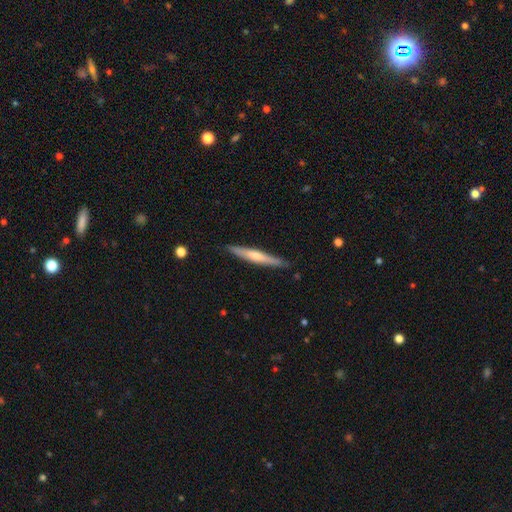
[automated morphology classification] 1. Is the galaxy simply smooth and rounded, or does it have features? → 57% featured or disk, 37% smooth, 6% star or artifact.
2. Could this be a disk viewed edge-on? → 96% yes, 4% no.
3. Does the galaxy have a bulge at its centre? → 68% rounded, 24% none, 8% boxy.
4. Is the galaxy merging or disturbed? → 89% none, 8% minor disturbance, 1% major disturbance, 1% merger.